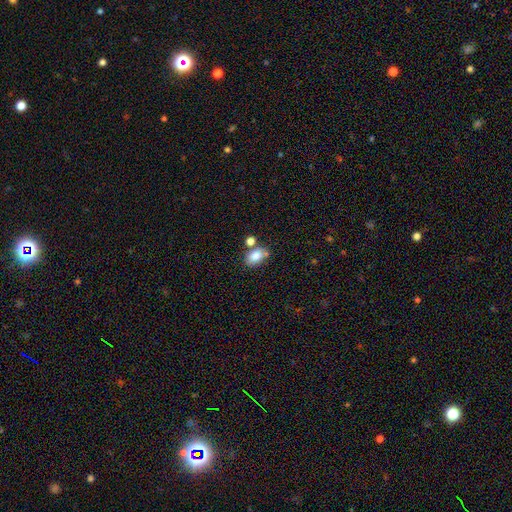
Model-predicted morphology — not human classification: smooth-or-featured: smooth: 81% | featured or disk: 10% | star or artifact: 9%
  how-rounded: in between: 82% | round: 16% | cigar-shaped: 2%
  merging: none: 58% | merger: 21% | minor disturbance: 16% | major disturbance: 5%